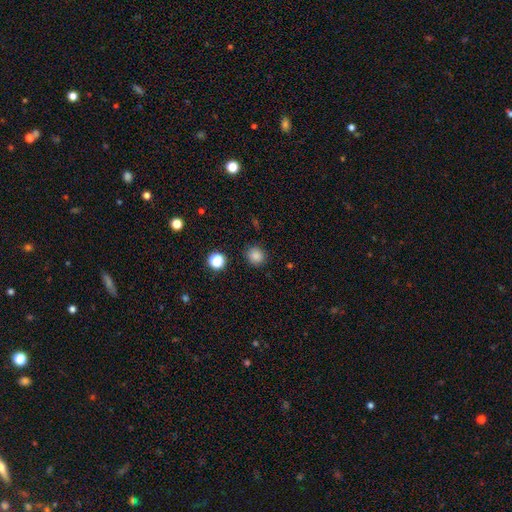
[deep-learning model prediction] Q: Smooth or featured?
A: smooth (83%); runner-up: star or artifact (13%)
Q: How rounded?
A: round (87%); runner-up: in between (13%)
Q: Merging?
A: none (88%); runner-up: minor disturbance (8%)